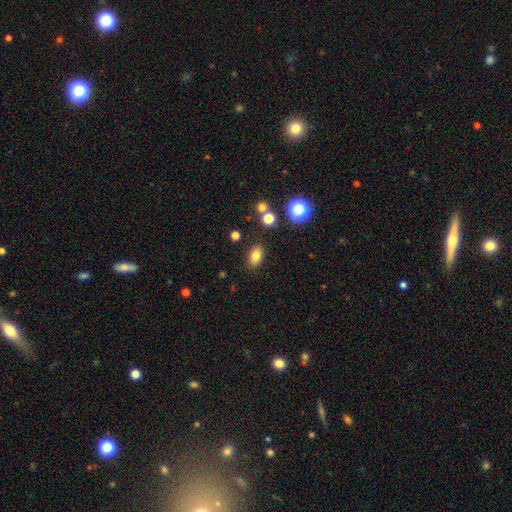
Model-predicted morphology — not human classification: This is likely a smooth galaxy (79%). How rounded: clearly in between (87%). Merging: clearly none (86%).